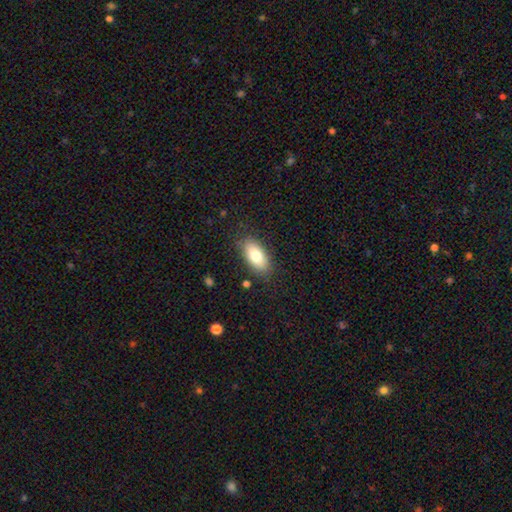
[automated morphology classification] The model was most divided on "smooth or featured": smooth: 78%, featured or disk: 15%, star or artifact: 7%. More confident: how rounded — in between (90%); merging — none (84%).